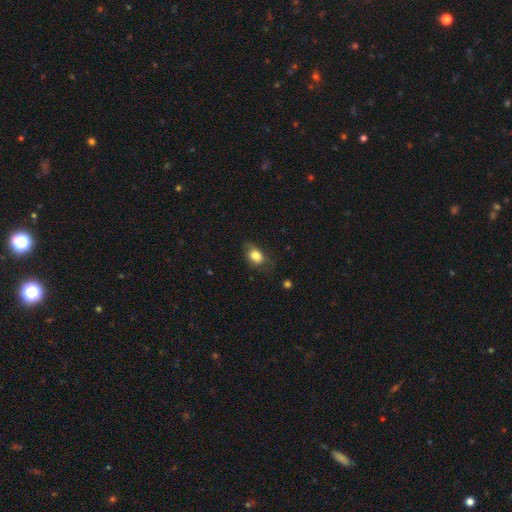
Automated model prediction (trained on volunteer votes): Smooth or featured? smooth (81%)
How rounded? in between (71%)
Merging? none (59%)